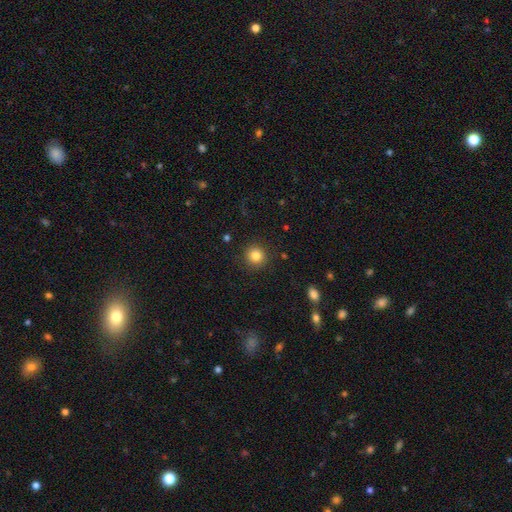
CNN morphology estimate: This appears to be a smooth galaxy with no disk features (83%) that is round (93%). Merging: none (90%).